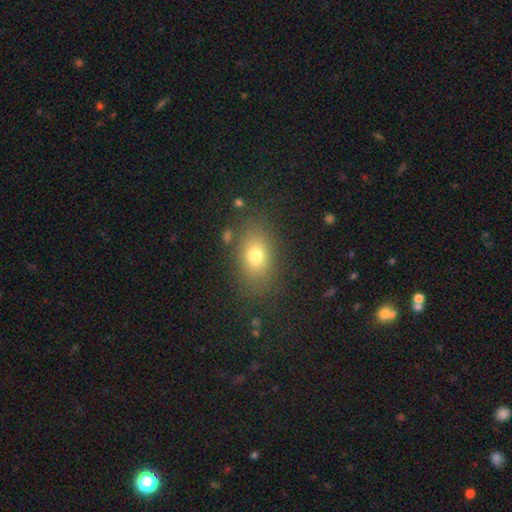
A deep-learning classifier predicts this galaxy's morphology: The model was most divided on "how rounded": in between: 78%, round: 20%, cigar-shaped: 2%. More confident: merging — none (81%); smooth or featured — smooth (75%).